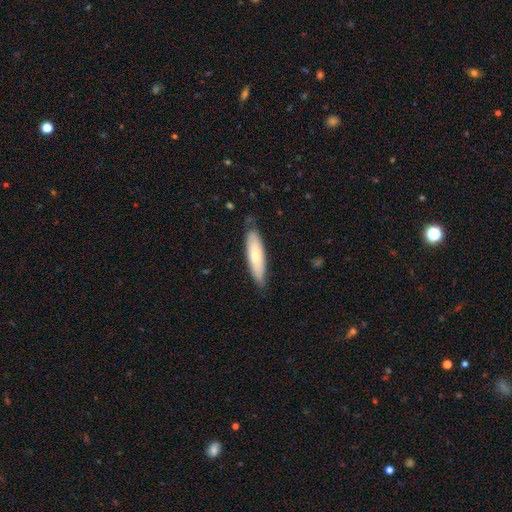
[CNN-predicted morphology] Smooth or featured? smooth (70%)
How rounded? cigar-shaped (66%)
Merging? none (79%)